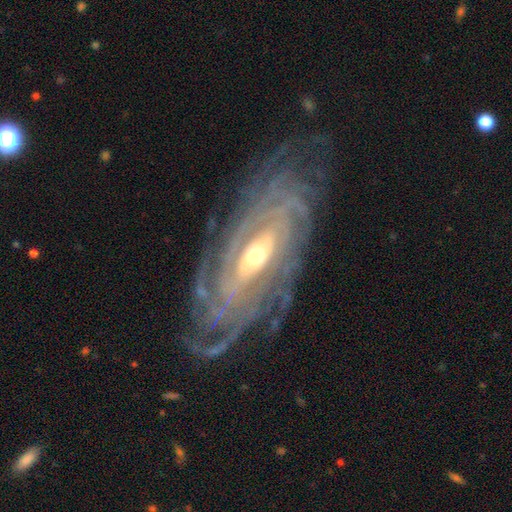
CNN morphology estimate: This is clearly a featured or disk galaxy (91%). It is clearly not viewed edge-on (92%). Bar: marginally no (42%). Spiral arm pattern: clearly yes (97%). Spiral arm count: marginally more than 4 (30%). Spiral winding: clearly tight (82%). Central bulge: possibly moderate (56%). Merging: likely none (78%).